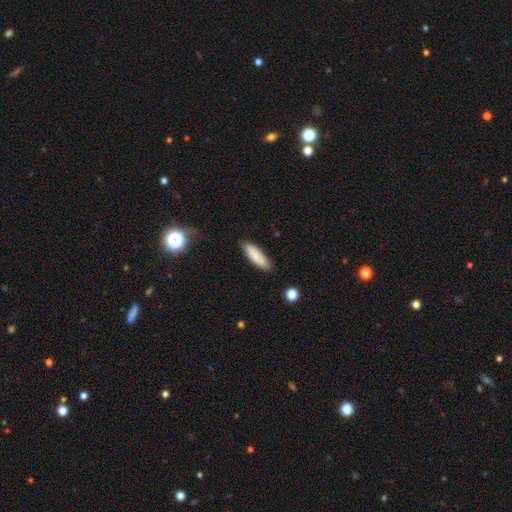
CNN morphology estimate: A smooth galaxy with no disk features (85%) that is in between round and cigar-shaped (53%). Merging: none (85%).